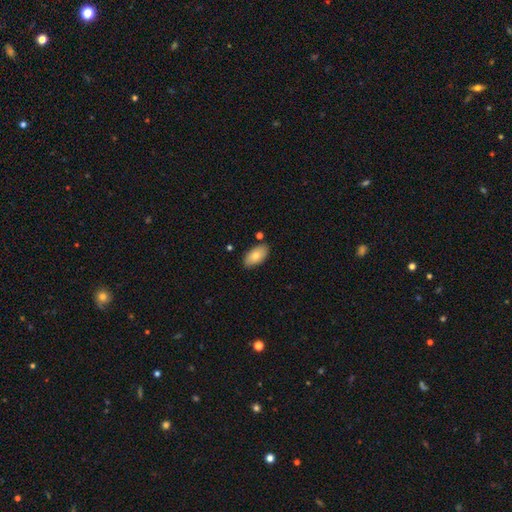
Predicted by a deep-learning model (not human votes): Smooth or featured: smooth — 79% (featured or disk — 15%)
How rounded: in between — 94% (round — 3%)
Merging: none — 83% (minor disturbance — 12%)